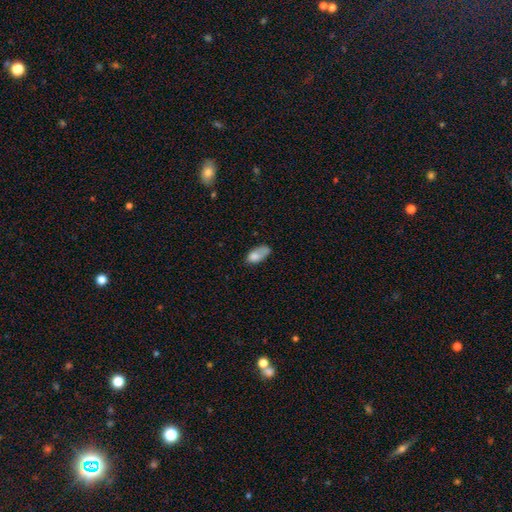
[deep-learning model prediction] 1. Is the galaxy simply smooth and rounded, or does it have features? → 75% smooth, 16% featured or disk, 9% star or artifact.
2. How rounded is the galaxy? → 90% in between, 5% round, 5% cigar-shaped.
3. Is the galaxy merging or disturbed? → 41% none, 31% minor disturbance, 16% major disturbance, 12% merger.